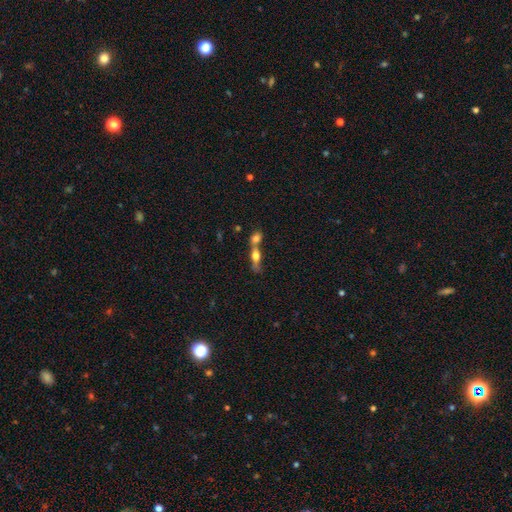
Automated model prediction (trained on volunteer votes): Overall: smooth (55%; featured or disk 35%). How rounded: in between (50%; cigar-shaped 33%). Merging: merger (64%).